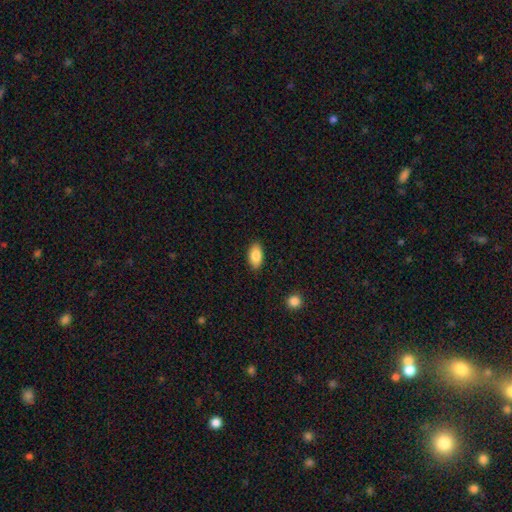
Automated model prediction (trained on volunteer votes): Smooth or featured: smooth — 85% (featured or disk — 8%)
How rounded: in between — 93% (cigar-shaped — 4%)
Merging: none — 89% (minor disturbance — 8%)